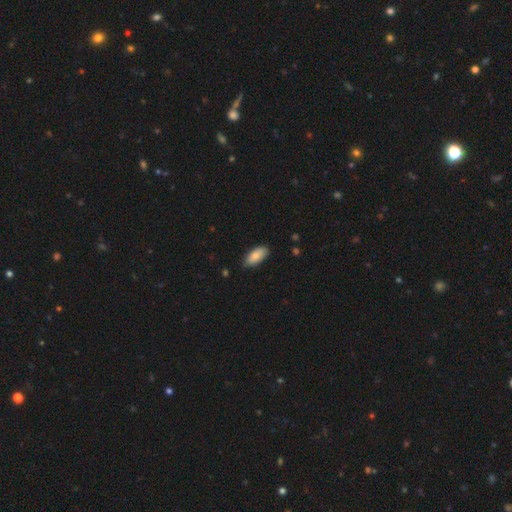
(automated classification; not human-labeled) Smooth or featured? Predicted: smooth (p=0.86). How rounded? Predicted: in between (p=0.89). Merging? Predicted: none (p=0.84).